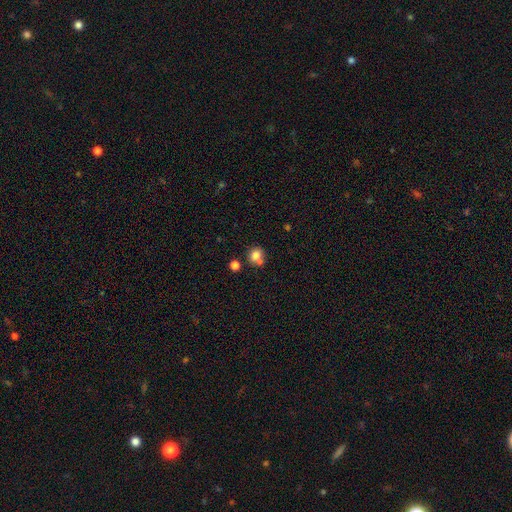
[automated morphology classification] Smooth or featured? Predicted: smooth (p=0.78). How rounded? Predicted: round (p=0.82). Merging? Predicted: none (p=0.57).